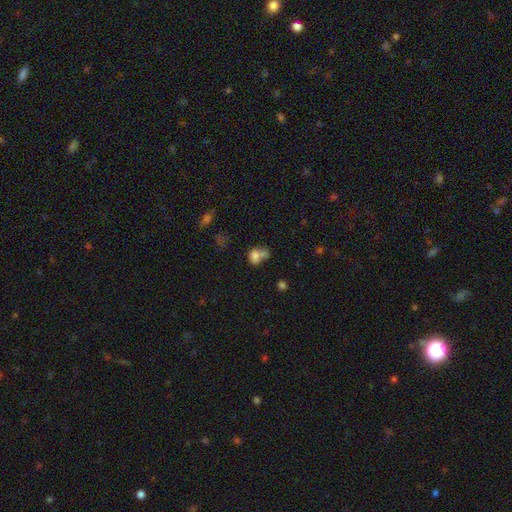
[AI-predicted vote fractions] A smooth galaxy with no disk features (74%) that is in between round and cigar-shaped (57%).

Vote fractions:
- Smooth or featured? smooth: 74% / featured or disk: 14% / star or artifact: 13%
- How rounded? in between: 57% / round: 42% / cigar-shaped: 2%
- Merging? merger: 45% / none: 27% / minor disturbance: 16% / major disturbance: 12%